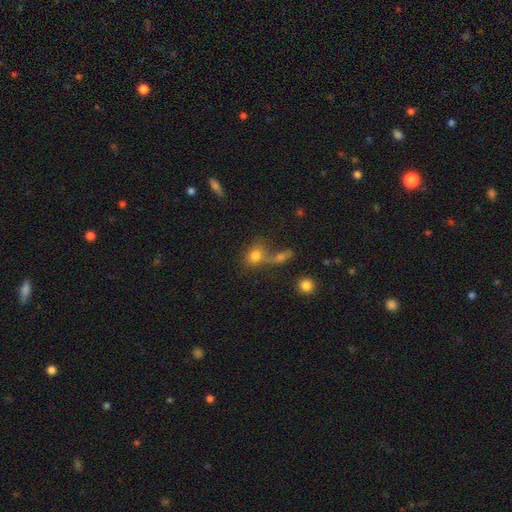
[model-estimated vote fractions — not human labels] Morphology: type=smooth (76%); roundness=round (52%); merging=merger (44%).